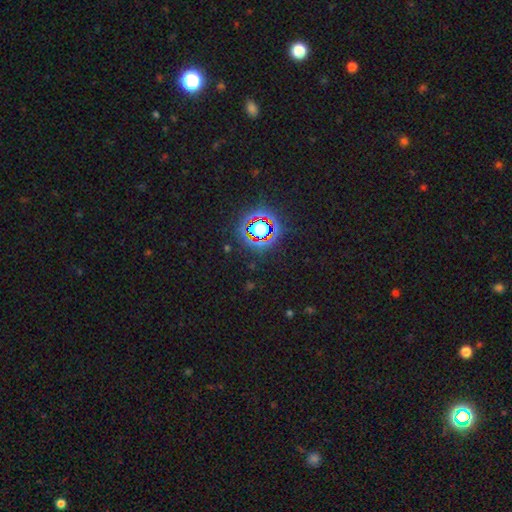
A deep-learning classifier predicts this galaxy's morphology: smooth_or_featured: star or artifact (p=0.80) [alt: smooth p=0.12]